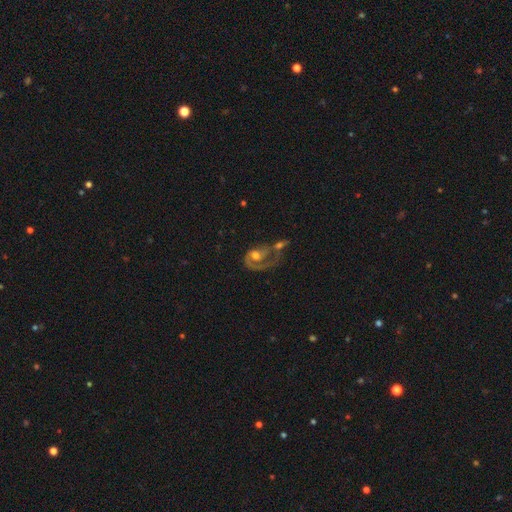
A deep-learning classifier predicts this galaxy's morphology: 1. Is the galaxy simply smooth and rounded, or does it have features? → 78% featured or disk, 17% smooth, 6% star or artifact.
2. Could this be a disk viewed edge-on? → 97% no, 3% yes.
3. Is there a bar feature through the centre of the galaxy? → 68% no, 26% weak, 6% strong.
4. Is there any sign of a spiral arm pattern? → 85% yes, 15% no.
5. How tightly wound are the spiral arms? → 36% medium, 33% tight, 31% loose.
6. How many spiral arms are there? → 76% 1, 15% 2, 6% can't tell, 1% 3, 1% 4, 1% more than 4.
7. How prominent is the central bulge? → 62% moderate, 17% large, 15% small, 4% none, 2% dominant.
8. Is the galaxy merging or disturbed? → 44% merger, 27% major disturbance, 19% none, 10% minor disturbance.